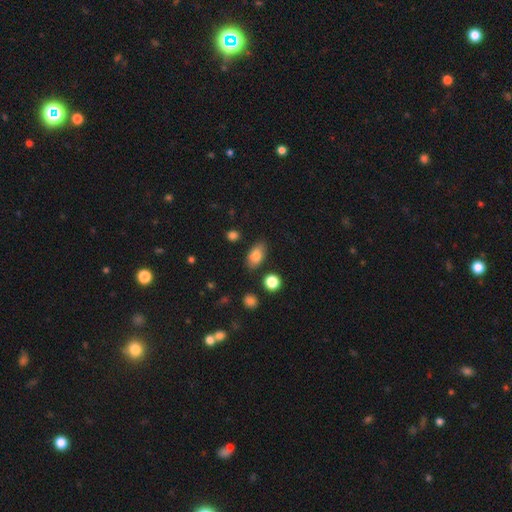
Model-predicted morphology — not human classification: Smooth or featured? Predicted: smooth (p=0.81). How rounded? Predicted: in between (p=0.90). Merging? Predicted: none (p=0.78).